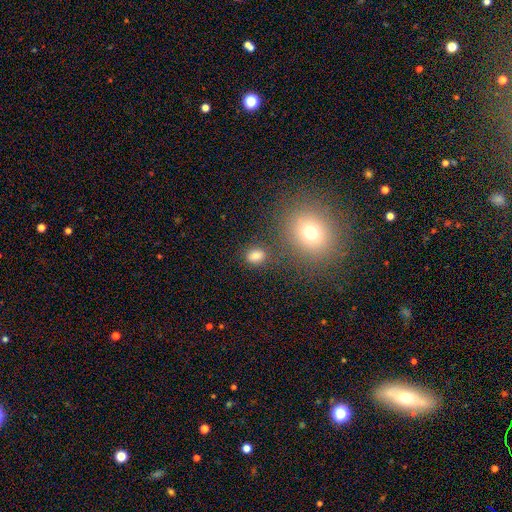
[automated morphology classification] Overall: smooth (80%). How rounded: in between (59%; round 39%). Merging: none (75%).